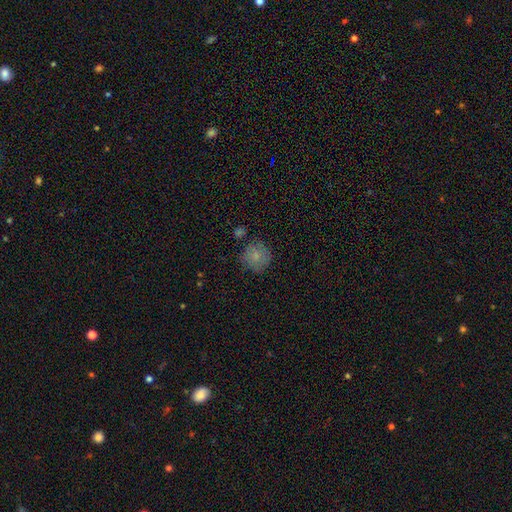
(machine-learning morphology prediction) Q: Smooth or featured?
A: smooth (79%); runner-up: featured or disk (11%)
Q: How rounded?
A: round (89%); runner-up: in between (10%)
Q: Merging?
A: none (72%); runner-up: minor disturbance (19%)